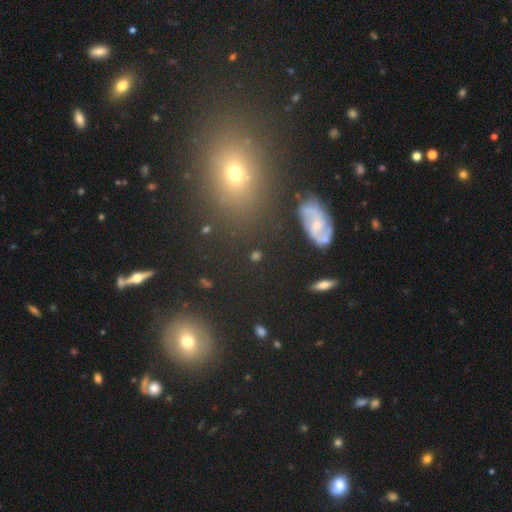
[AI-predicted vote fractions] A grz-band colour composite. It shows a smooth galaxy with no disk features (38%). Merging: none (73%).